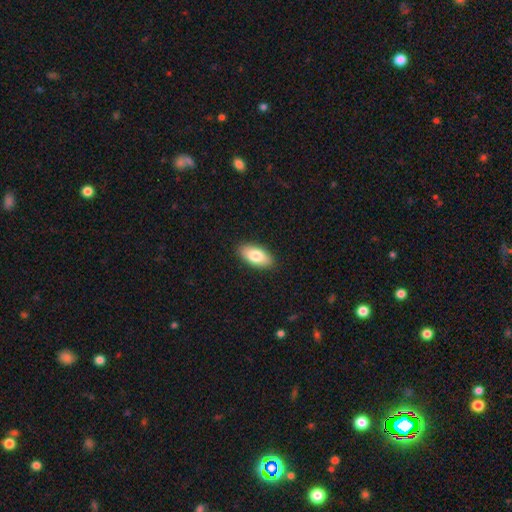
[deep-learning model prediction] A smooth galaxy with no disk features (81%) that is in between round and cigar-shaped (91%). Merging: none (89%).